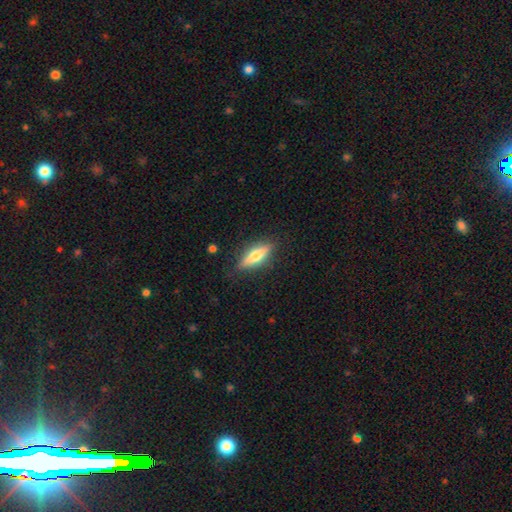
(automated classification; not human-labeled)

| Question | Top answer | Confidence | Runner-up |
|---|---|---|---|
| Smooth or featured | smooth | 51% | featured or disk (43%) |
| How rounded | cigar-shaped | 54% | in between (44%) |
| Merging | none | 86% | minor disturbance (11%) |